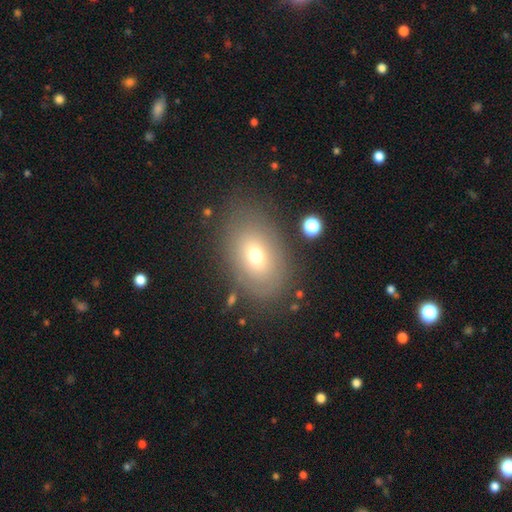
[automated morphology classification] Smooth or featured? Predicted: smooth (p=0.62). How rounded? Predicted: in between (p=0.81). Merging? Predicted: none (p=0.76).